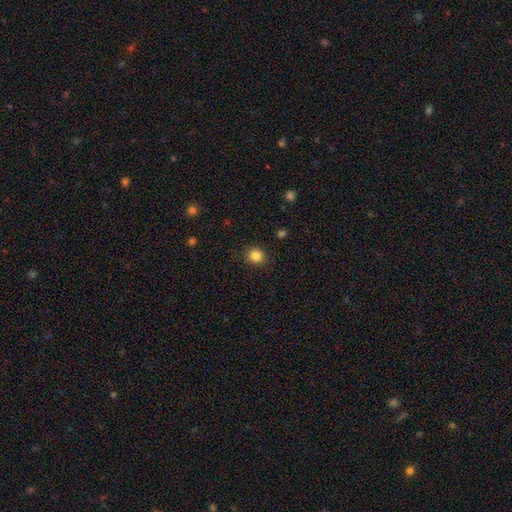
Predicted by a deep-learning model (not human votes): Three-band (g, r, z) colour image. It shows a smooth galaxy with no disk features (85%) that is round (89%). Merging: none (90%).